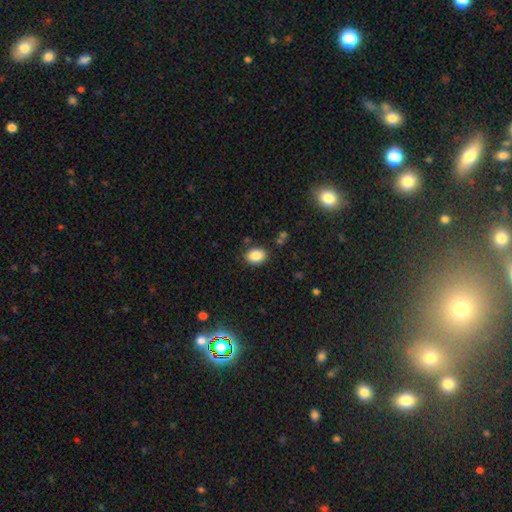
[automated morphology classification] Smooth or featured: smooth — 86% (star or artifact — 9%)
How rounded: in between — 70% (round — 29%)
Merging: none — 84% (minor disturbance — 10%)